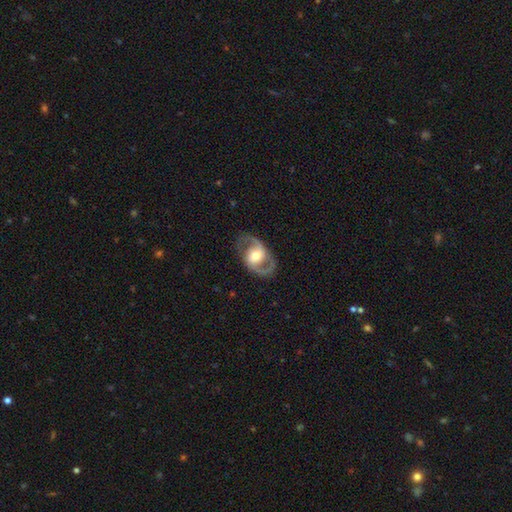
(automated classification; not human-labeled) smooth-or-featured: featured or disk: 86% | smooth: 10% | star or artifact: 5%
  disk-edge-on: no: 96% | yes: 4%
    bar: no: 44% | weak: 37% | strong: 19%
    has-spiral-arms: yes: 91% | no: 9%
      spiral-winding: medium: 57% | loose: 27% | tight: 16%
      spiral-arm-count: 2: 92% | can't tell: 3% | 1: 2% | 3: 1% | 4: 1% | more than 4: 1%
    bulge-size: moderate: 69% | small: 16% | large: 13% | dominant: 1% | none: 1%
  merging: none: 83% | minor disturbance: 10% | major disturbance: 6% | merger: 1%